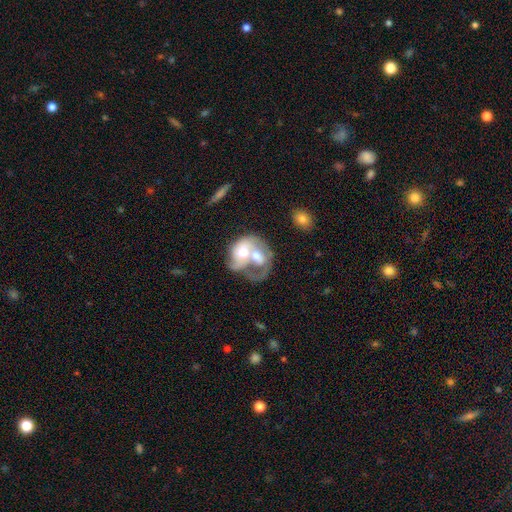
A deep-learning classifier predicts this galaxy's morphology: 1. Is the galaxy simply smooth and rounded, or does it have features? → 59% featured or disk, 35% smooth, 6% star or artifact.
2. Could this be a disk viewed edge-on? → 97% no, 3% yes.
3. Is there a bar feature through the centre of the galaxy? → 77% no, 19% weak, 5% strong.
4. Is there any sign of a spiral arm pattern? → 51% yes, 49% no.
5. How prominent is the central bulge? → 66% moderate, 17% large, 12% small, 3% none, 2% dominant.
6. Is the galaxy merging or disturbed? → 79% merger, 9% major disturbance, 7% none, 5% minor disturbance.